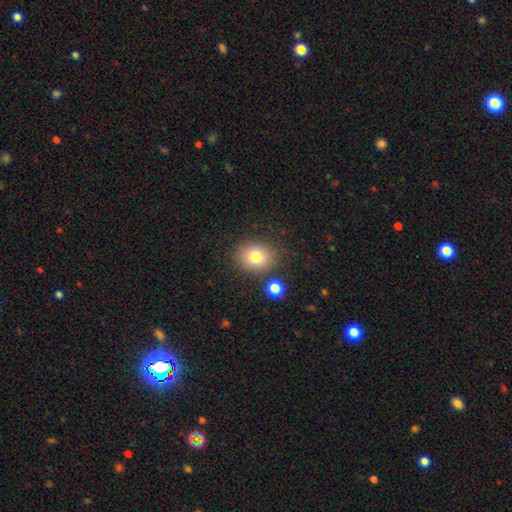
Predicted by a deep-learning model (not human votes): Overall: smooth (78%). How rounded: round (63%; in between 36%). Merging: none (84%).